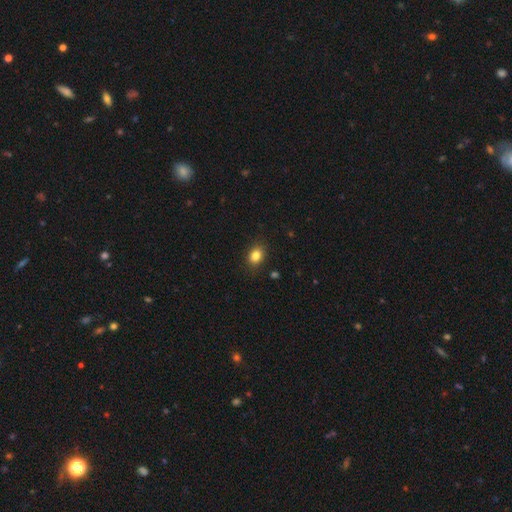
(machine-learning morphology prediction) Overall: smooth (84%). How rounded: in between (61%; round 38%). Merging: none (87%).